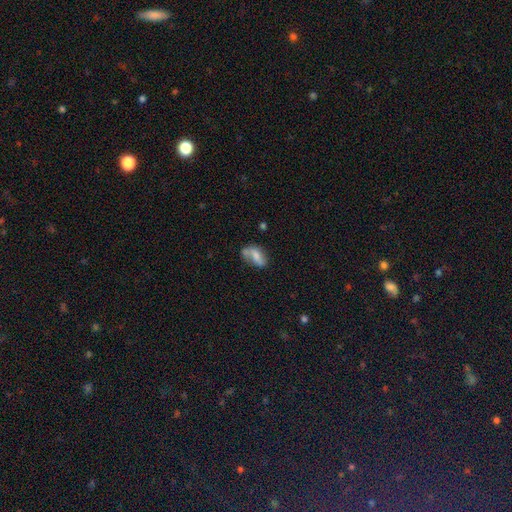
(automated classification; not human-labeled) This is possibly a smooth galaxy (56%). How rounded: clearly in between (85%). Merging: marginally none (41%).